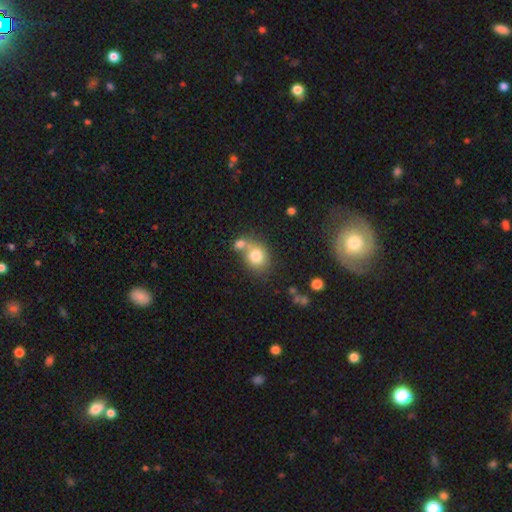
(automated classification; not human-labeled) This is likely a smooth galaxy (77%). How rounded: likely round (69%). Merging: marginally none (45%).